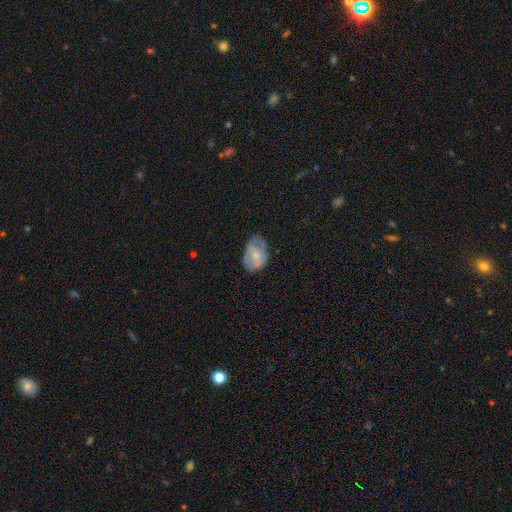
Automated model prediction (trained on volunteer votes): The model was most divided on "merging": none: 50%, minor disturbance: 35%, major disturbance: 14%, merger: 1%. More confident: how rounded — in between (79%); smooth or featured — smooth (58%).